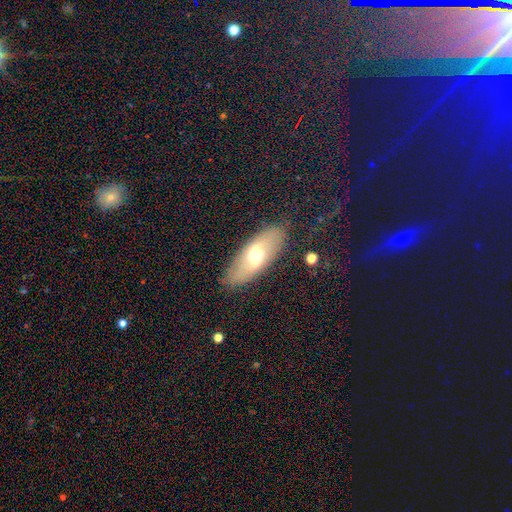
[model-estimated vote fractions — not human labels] Overall: featured or disk (48%; smooth 46%). Merging: none (84%).